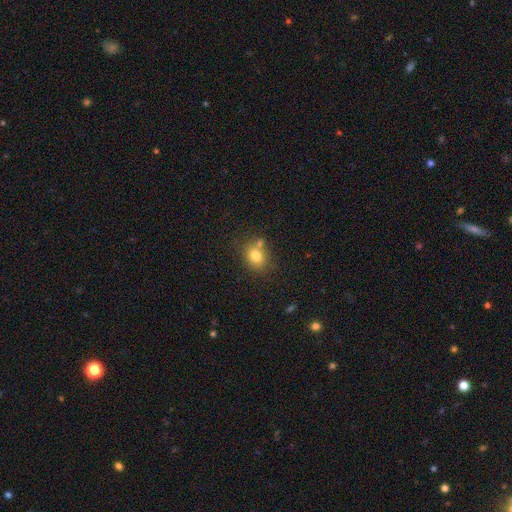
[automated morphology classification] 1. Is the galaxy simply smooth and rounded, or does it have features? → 78% smooth, 12% star or artifact, 11% featured or disk.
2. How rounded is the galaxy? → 59% round, 40% in between, 1% cigar-shaped.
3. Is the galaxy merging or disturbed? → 60% none, 23% merger, 13% minor disturbance, 4% major disturbance.